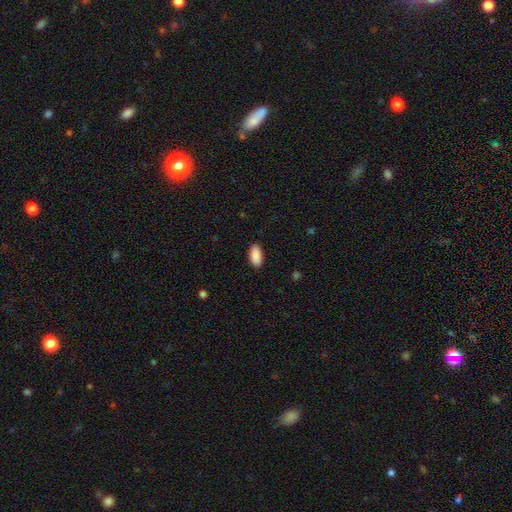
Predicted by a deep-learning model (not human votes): A smooth galaxy with no disk features (90%) that is in between round and cigar-shaped (90%).

Vote fractions:
- Smooth or featured? smooth: 90% / star or artifact: 7% / featured or disk: 3%
- How rounded? in between: 90% / cigar-shaped: 8% / round: 2%
- Merging? none: 88% / minor disturbance: 9% / major disturbance: 2% / merger: 1%